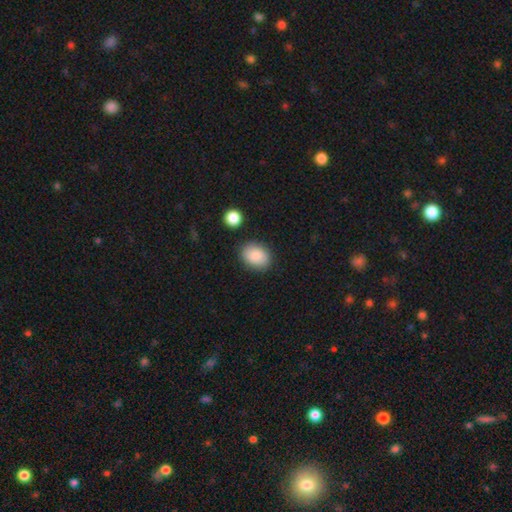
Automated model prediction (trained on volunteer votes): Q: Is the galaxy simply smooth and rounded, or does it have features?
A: smooth — 86%.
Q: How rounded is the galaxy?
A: in between — 66%.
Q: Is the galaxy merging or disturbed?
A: none — 82%.